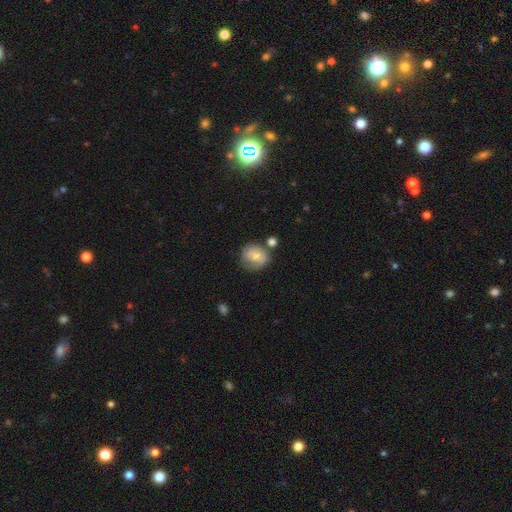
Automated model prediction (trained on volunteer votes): smooth-or-featured: smooth: 64% | featured or disk: 29% | star or artifact: 8%
  how-rounded: round: 74% | in between: 25% | cigar-shaped: 1%
  merging: none: 58% | minor disturbance: 24% | merger: 10% | major disturbance: 9%